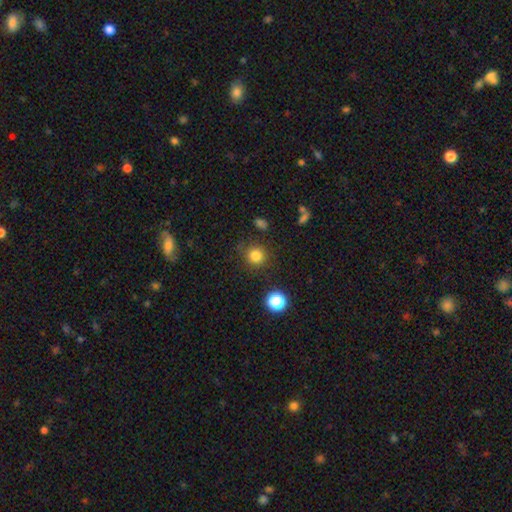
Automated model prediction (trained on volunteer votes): The model was most divided on "smooth or featured": smooth: 81%, star or artifact: 14%, featured or disk: 5%. More confident: how rounded — round (92%); merging — none (84%).